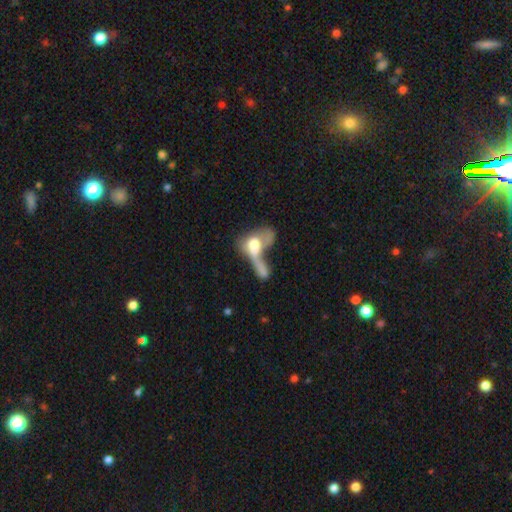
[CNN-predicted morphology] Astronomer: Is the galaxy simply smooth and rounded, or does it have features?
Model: featured or disk — 43% (runner-up: smooth, 41%).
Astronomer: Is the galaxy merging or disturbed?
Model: merger — 62%.